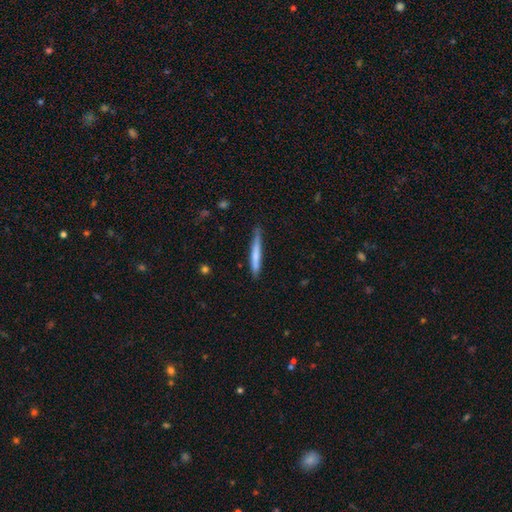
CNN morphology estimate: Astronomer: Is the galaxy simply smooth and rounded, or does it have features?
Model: smooth — 67%.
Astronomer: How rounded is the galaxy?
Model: cigar-shaped — 96%.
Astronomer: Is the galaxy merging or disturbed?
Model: none — 78%.